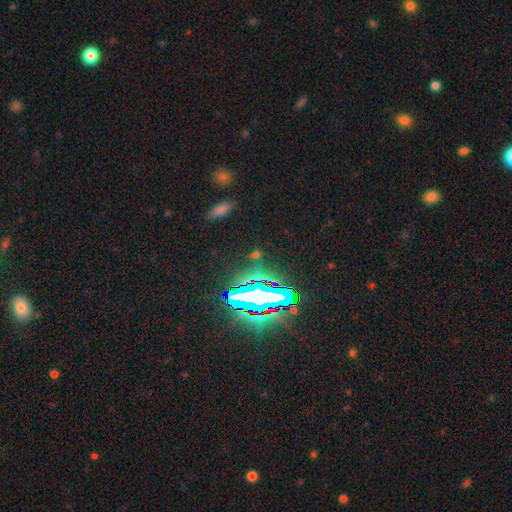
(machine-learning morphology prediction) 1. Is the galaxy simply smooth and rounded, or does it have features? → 67% star or artifact, 21% smooth, 11% featured or disk.